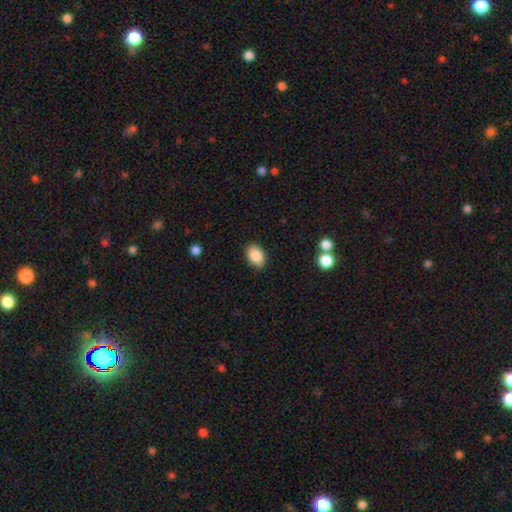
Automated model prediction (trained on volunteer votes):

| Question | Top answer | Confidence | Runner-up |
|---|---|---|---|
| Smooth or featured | smooth | 88% | star or artifact (7%) |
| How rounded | in between | 86% | round (13%) |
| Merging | none | 87% | minor disturbance (10%) |